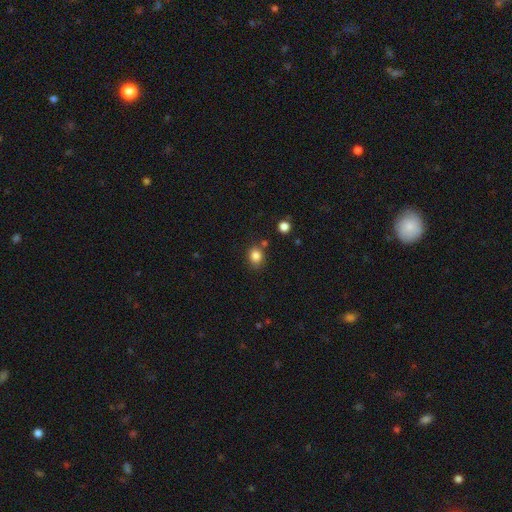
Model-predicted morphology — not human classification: Overall: smooth (83%). How rounded: round (63%; in between 36%). Merging: none (75%).